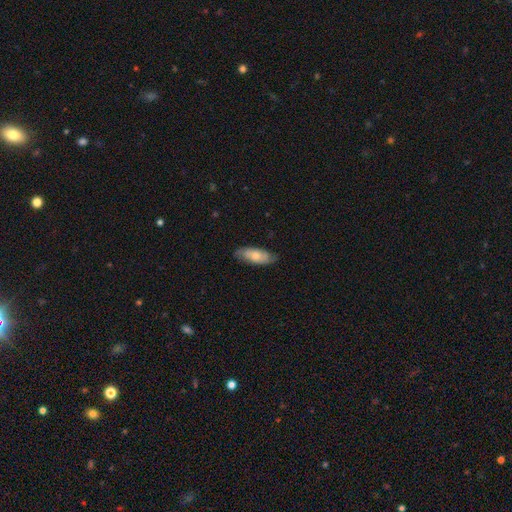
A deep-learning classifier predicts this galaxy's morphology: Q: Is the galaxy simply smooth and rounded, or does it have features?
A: smooth — 59%.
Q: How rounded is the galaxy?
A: in between — 79%.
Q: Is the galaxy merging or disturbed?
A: none — 75%.